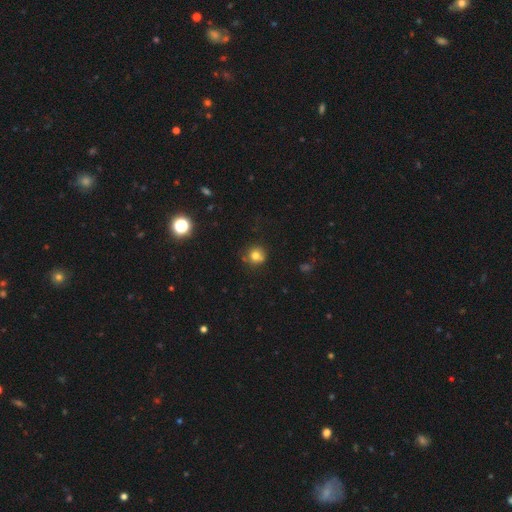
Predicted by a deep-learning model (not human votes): smooth-or-featured: smooth: 75% | star or artifact: 14% | featured or disk: 10%
  how-rounded: round: 88% | in between: 11% | cigar-shaped: 1%
  merging: none: 71% | minor disturbance: 17% | merger: 7% | major disturbance: 5%